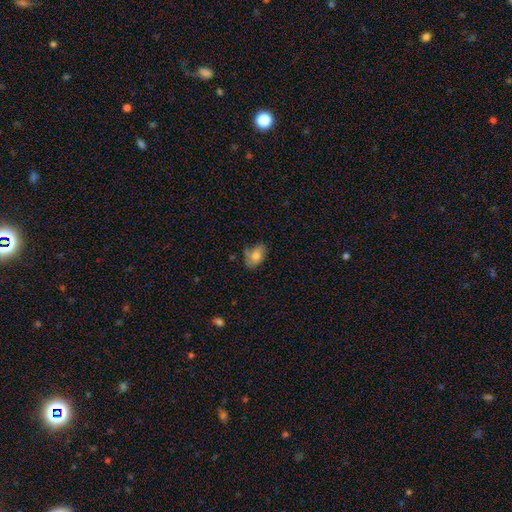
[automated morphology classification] type=smooth (72%); roundness=in between (85%); merging=none (55%).